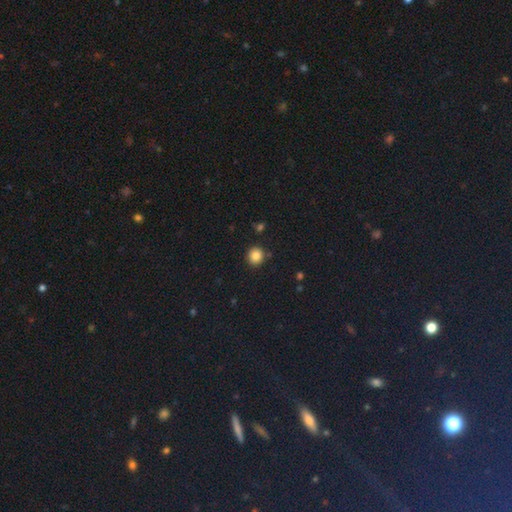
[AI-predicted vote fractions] The model was most divided on "smooth or featured": smooth: 85%, star or artifact: 11%, featured or disk: 4%. More confident: how rounded — round (91%); merging — none (89%).